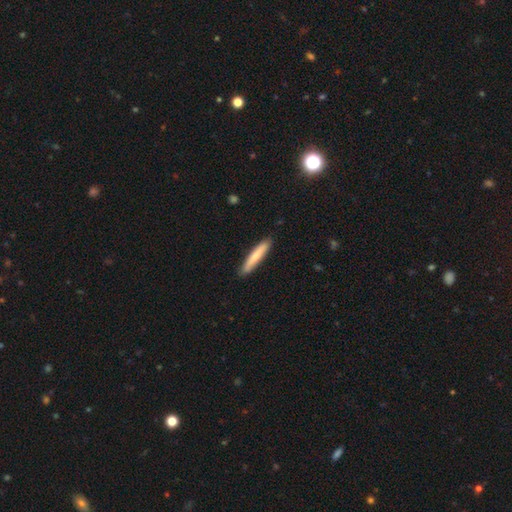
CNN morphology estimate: Smooth or featured?
  - smooth: 75% *
  - featured or disk: 20%
  - star or artifact: 5%
How rounded?
  - cigar-shaped: 92% *
  - in between: 7%
  - round: 1%
Merging?
  - none: 89% *
  - minor disturbance: 9%
  - major disturbance: 2%
  - merger: 1%